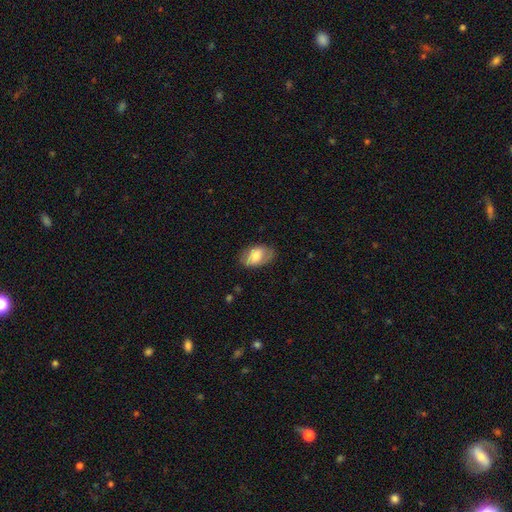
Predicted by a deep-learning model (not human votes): A smooth galaxy with no disk features (63%) that is in between round and cigar-shaped (90%). Merging: none (73%).